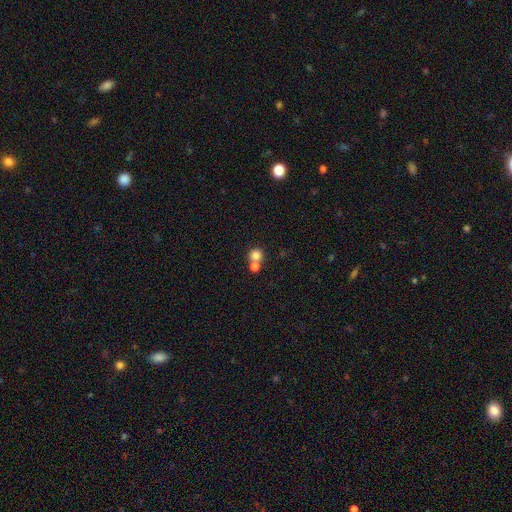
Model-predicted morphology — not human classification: A smooth galaxy with no disk features (80%) that is round (89%).

Vote fractions:
- Smooth or featured? smooth: 80% / star or artifact: 12% / featured or disk: 9%
- How rounded? round: 89% / in between: 10% / cigar-shaped: 1%
- Merging? none: 49% / merger: 43% / minor disturbance: 5% / major disturbance: 3%